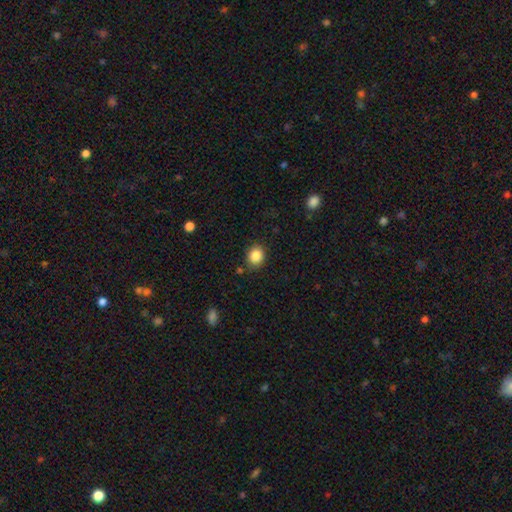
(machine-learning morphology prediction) This is clearly a smooth galaxy (86%). How rounded: likely round (69%). Merging: clearly none (85%).